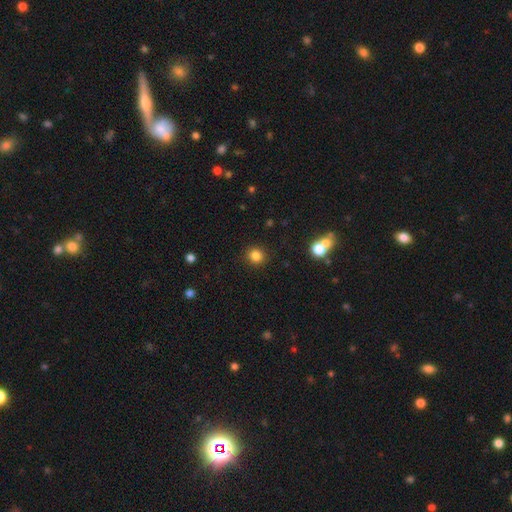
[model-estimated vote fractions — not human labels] Smooth or featured?
  - smooth: 83% *
  - star or artifact: 12%
  - featured or disk: 4%
How rounded?
  - round: 91% *
  - in between: 8%
  - cigar-shaped: 1%
Merging?
  - none: 90% *
  - minor disturbance: 5%
  - major disturbance: 2%
  - merger: 2%